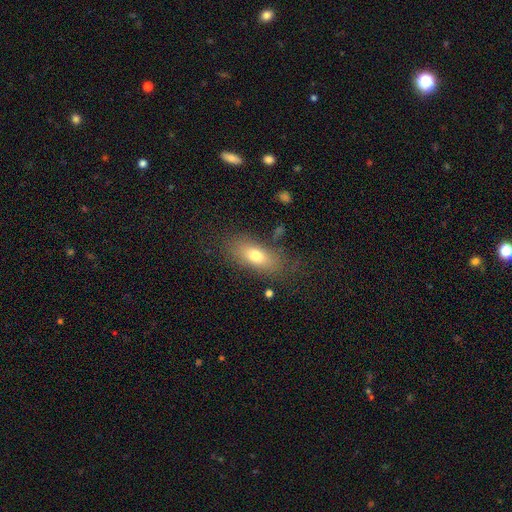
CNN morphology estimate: smooth-or-featured: smooth: 73% | featured or disk: 17% | star or artifact: 9%
  how-rounded: in between: 80% | cigar-shaped: 14% | round: 6%
  merging: none: 79% | minor disturbance: 14% | major disturbance: 6% | merger: 2%